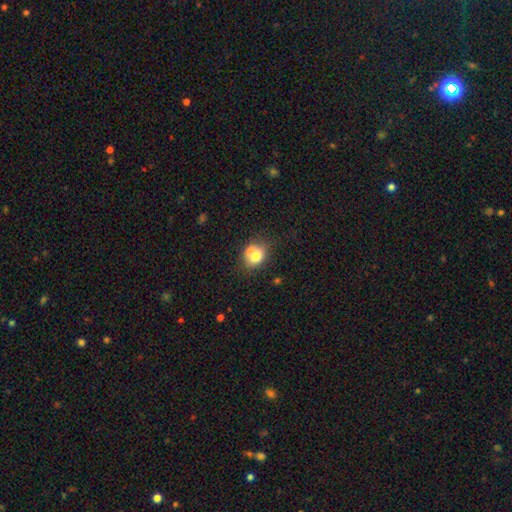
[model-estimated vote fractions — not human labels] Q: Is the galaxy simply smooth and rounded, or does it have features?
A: smooth — 74%.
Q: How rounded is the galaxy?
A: round — 64%.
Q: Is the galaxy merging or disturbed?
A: none — 50%.